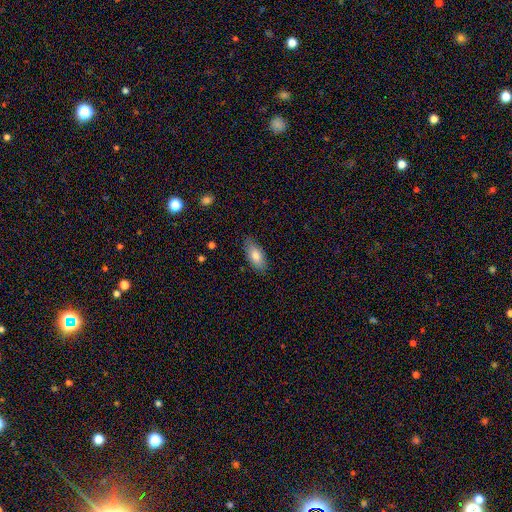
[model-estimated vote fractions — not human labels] Q: Smooth or featured?
A: smooth (79%); runner-up: featured or disk (14%)
Q: How rounded?
A: in between (87%); runner-up: cigar-shaped (10%)
Q: Merging?
A: none (83%); runner-up: minor disturbance (14%)